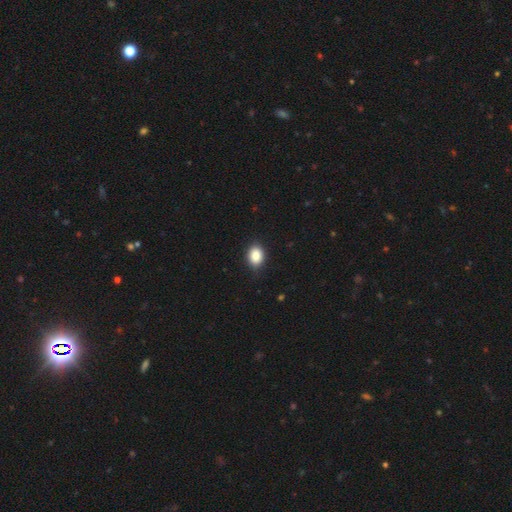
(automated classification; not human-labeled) This is clearly a smooth galaxy (88%). How rounded: likely in between (74%). Merging: clearly none (86%).